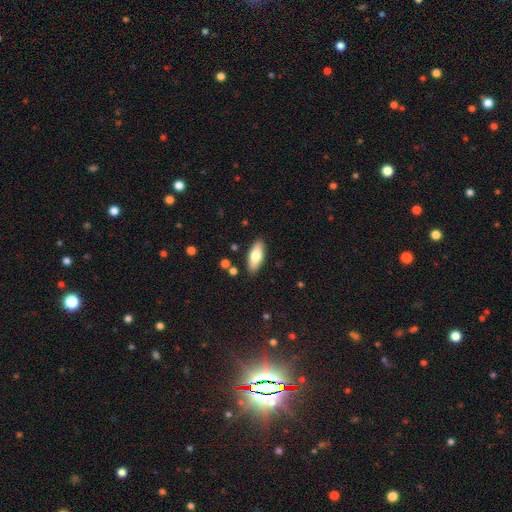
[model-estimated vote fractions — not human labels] A smooth galaxy with no disk features (71%) that is in between round and cigar-shaped (76%). Merging: none (87%).